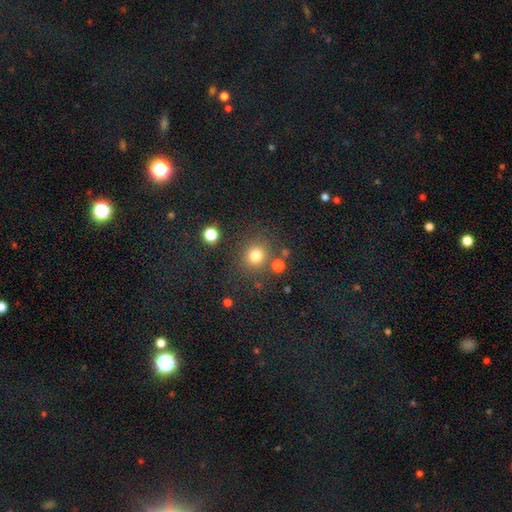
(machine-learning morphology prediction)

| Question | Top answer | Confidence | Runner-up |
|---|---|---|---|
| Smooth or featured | smooth | 78% | star or artifact (16%) |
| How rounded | round | 88% | in between (11%) |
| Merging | none | 81% | minor disturbance (9%) |